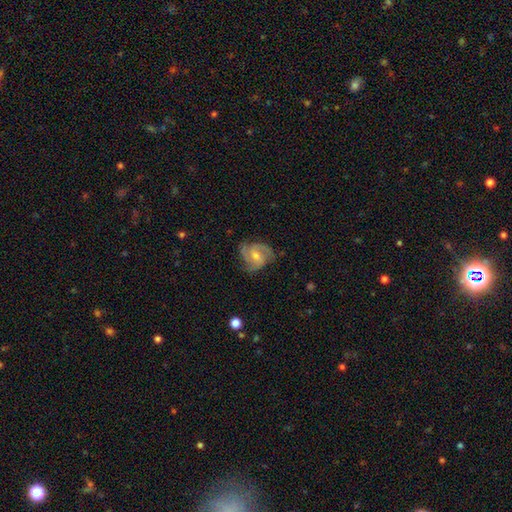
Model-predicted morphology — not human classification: type=featured or disk (81%); edge-on=no (97%); bar=weak (45%); spiral arms=yes (96%); winding=medium (50%); arm count=3 (46%); bulge=moderate (54%); merging=none (71%).